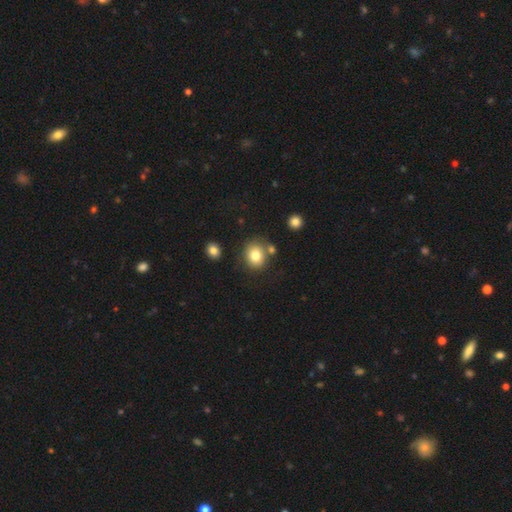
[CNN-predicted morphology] Smooth or featured?
  - smooth: 80% *
  - star or artifact: 10%
  - featured or disk: 9%
How rounded?
  - round: 75% *
  - in between: 25%
  - cigar-shaped: 1%
Merging?
  - none: 73% *
  - merger: 12%
  - minor disturbance: 12%
  - major disturbance: 4%